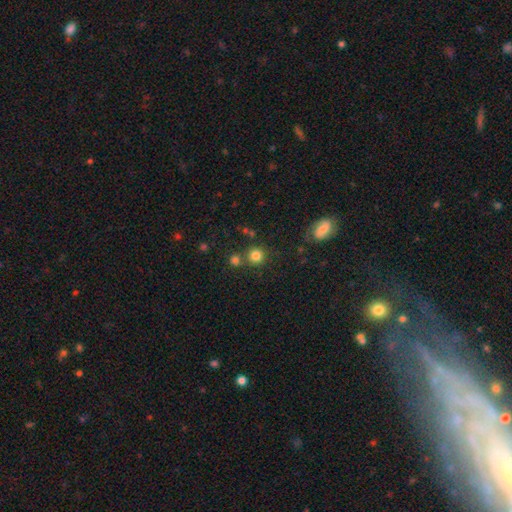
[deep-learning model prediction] Smooth or featured: smooth — 80% (star or artifact — 13%)
How rounded: round — 91% (in between — 8%)
Merging: none — 71% (merger — 18%)